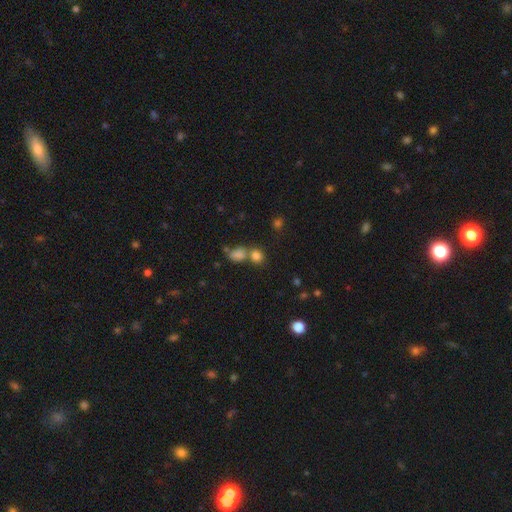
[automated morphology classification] Smooth or featured?
  - smooth: 80% *
  - star or artifact: 13%
  - featured or disk: 7%
How rounded?
  - round: 66% *
  - in between: 33%
  - cigar-shaped: 1%
Merging?
  - none: 48% *
  - merger: 40%
  - minor disturbance: 8%
  - major disturbance: 4%